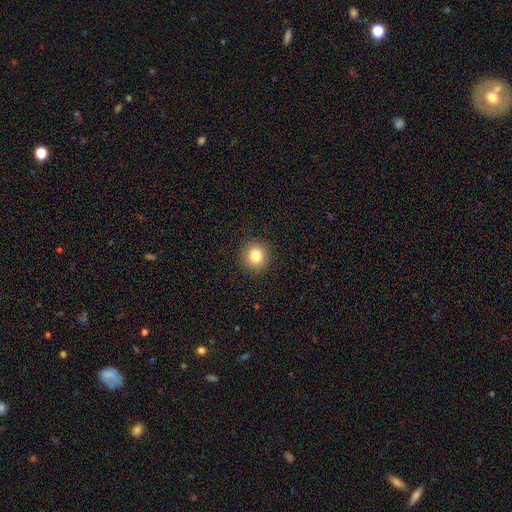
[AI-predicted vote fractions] The model was most divided on "smooth or featured": smooth: 82%, star or artifact: 11%, featured or disk: 7%. More confident: merging — none (91%); how rounded — round (90%).